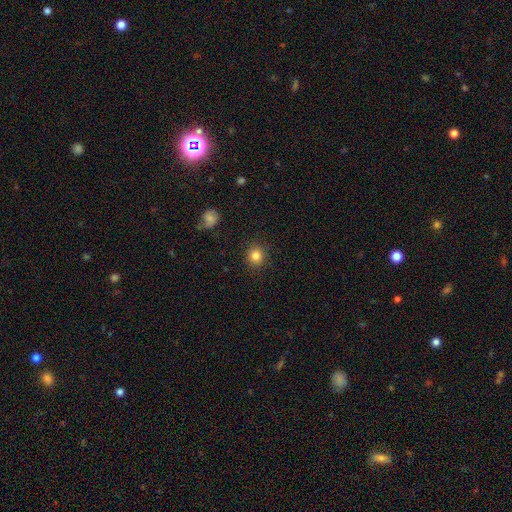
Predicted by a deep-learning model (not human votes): smooth 84%, star or artifact 11%, featured or disk 5%. Down the decision tree: how rounded — round (88%); merging — none (90%).